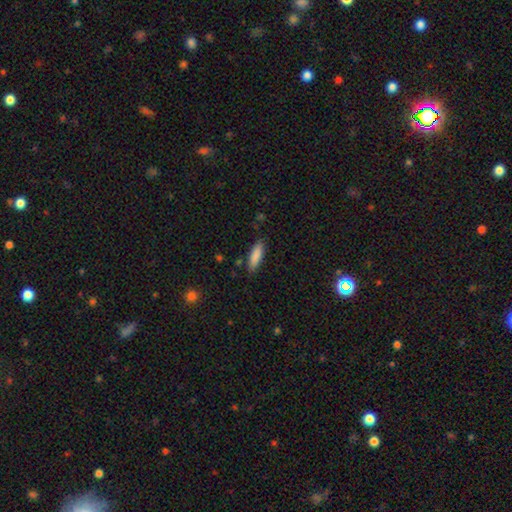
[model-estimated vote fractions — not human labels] Overall: smooth (87%). How rounded: cigar-shaped (50%; in between 48%). Merging: none (83%).